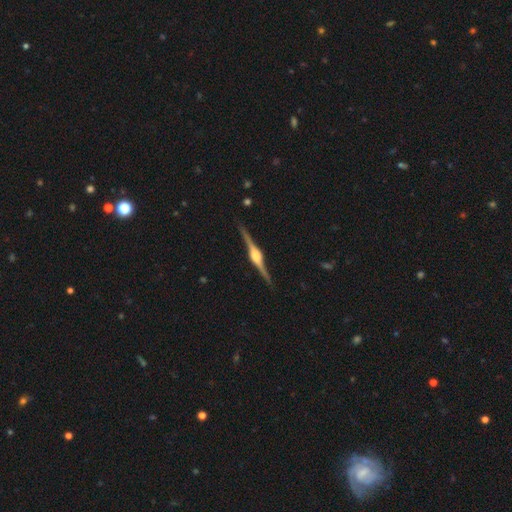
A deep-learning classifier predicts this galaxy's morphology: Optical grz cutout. It shows a featured or disk galaxy (91%) viewed edge-on (98%) with a rounded central bulge (88%). Merging: none (90%).